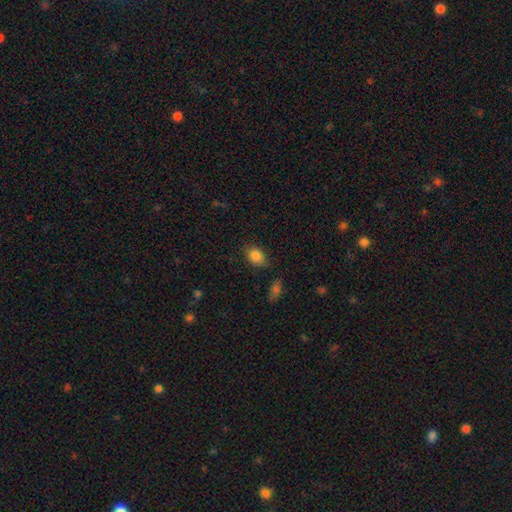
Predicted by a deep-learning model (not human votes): Q: Smooth or featured?
A: smooth (84%); runner-up: star or artifact (9%)
Q: How rounded?
A: in between (72%); runner-up: round (27%)
Q: Merging?
A: none (75%); runner-up: minor disturbance (18%)